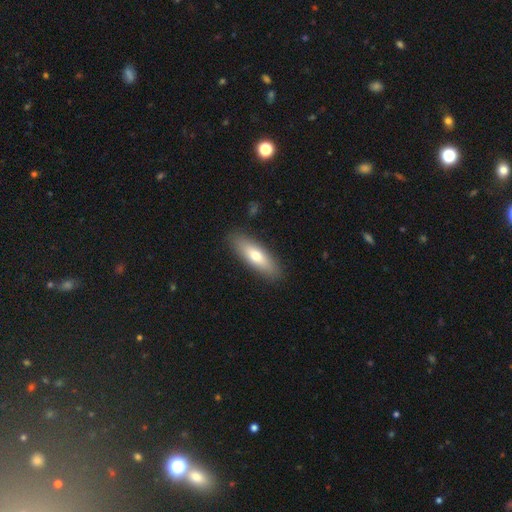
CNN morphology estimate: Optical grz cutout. It shows a smooth galaxy with no disk features (68%) that is in between round and cigar-shaped (50%). Merging: none (89%).